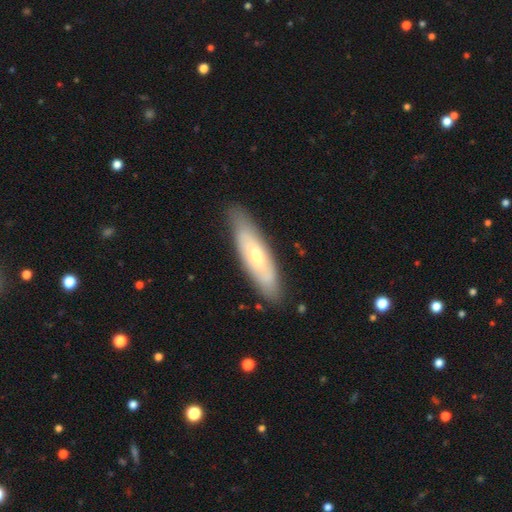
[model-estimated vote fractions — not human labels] Q: Smooth or featured?
A: featured or disk (47%); runner-up: smooth (45%)
Q: Merging?
A: none (86%); runner-up: minor disturbance (11%)